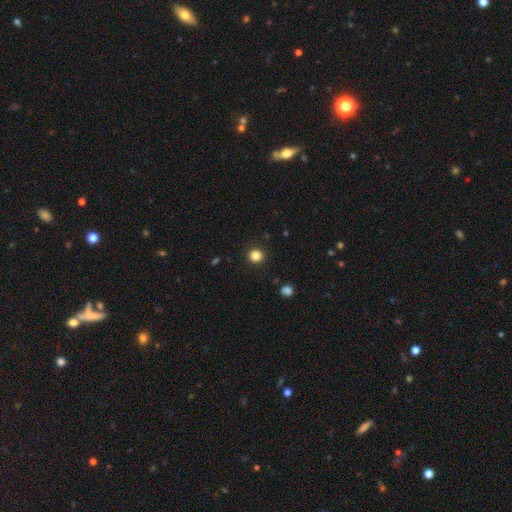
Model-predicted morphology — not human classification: This is clearly a smooth galaxy (84%). How rounded: clearly round (95%). Merging: clearly none (92%).